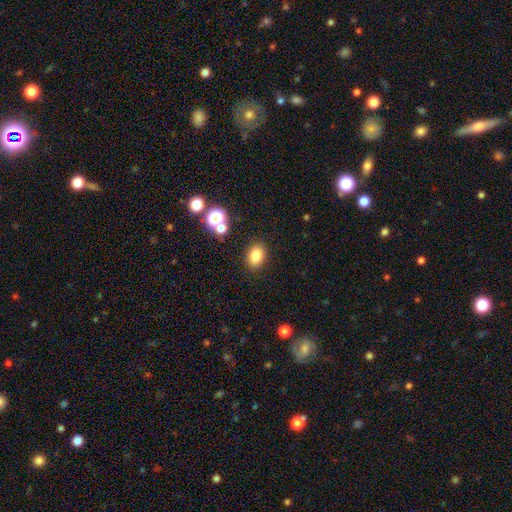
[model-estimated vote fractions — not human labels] Morphology: type=smooth (81%); roundness=in between (74%); merging=none (86%).